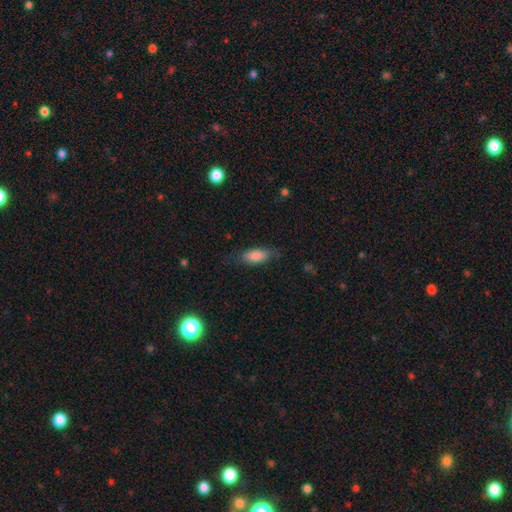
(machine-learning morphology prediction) smooth-or-featured: smooth: 78% | featured or disk: 14% | star or artifact: 8%
  how-rounded: in between: 77% | cigar-shaped: 20% | round: 3%
  merging: none: 70% | minor disturbance: 21% | major disturbance: 7% | merger: 1%